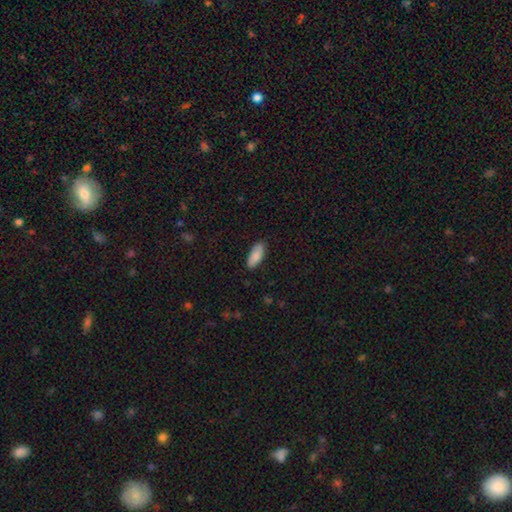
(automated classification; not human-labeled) Smooth or featured?
  - smooth: 89% *
  - star or artifact: 6%
  - featured or disk: 6%
How rounded?
  - in between: 79% *
  - cigar-shaped: 20%
  - round: 2%
Merging?
  - none: 87% *
  - minor disturbance: 10%
  - major disturbance: 2%
  - merger: 1%